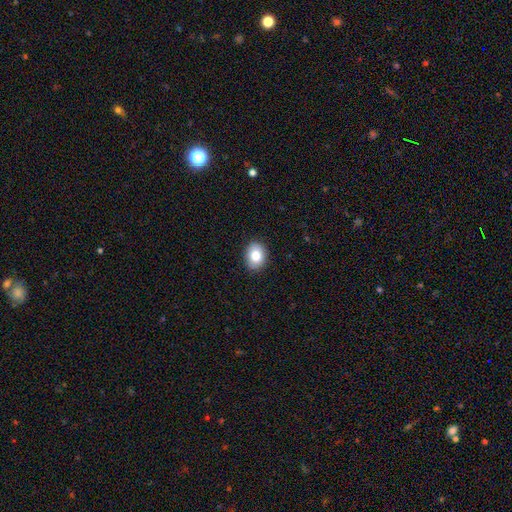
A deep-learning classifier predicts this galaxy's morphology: Q: Smooth or featured?
A: smooth (82%); runner-up: featured or disk (10%)
Q: How rounded?
A: in between (63%); runner-up: round (36%)
Q: Merging?
A: none (89%); runner-up: minor disturbance (8%)